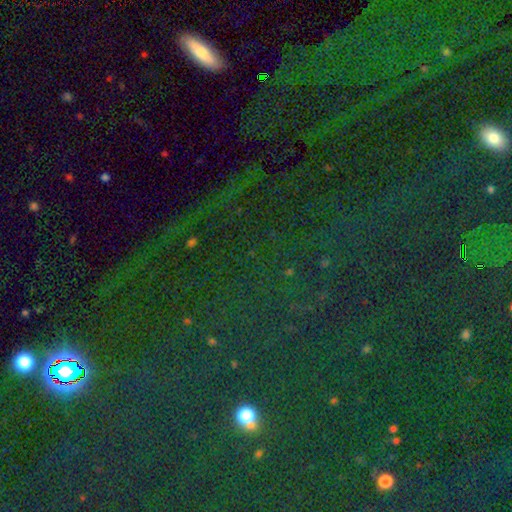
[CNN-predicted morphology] Smooth or featured? Predicted: star or artifact (p=0.79).